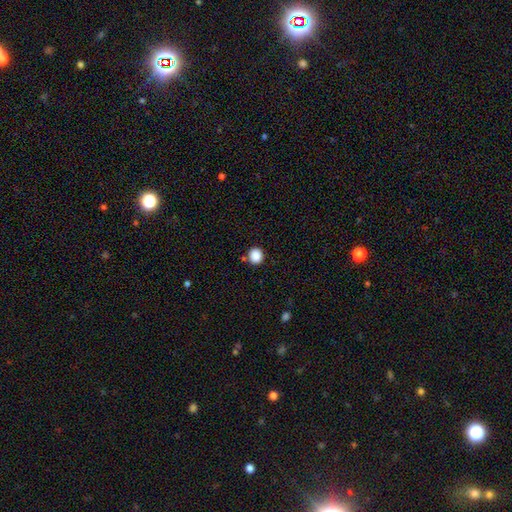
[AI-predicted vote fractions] Smooth or featured: smooth — 88% (star or artifact — 10%)
How rounded: round — 85% (in between — 15%)
Merging: none — 85% (minor disturbance — 8%)